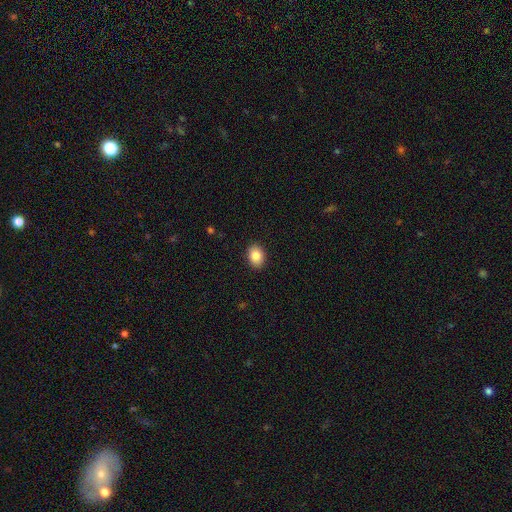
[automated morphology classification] Smooth or featured? smooth (86%)
How rounded? in between (70%)
Merging? none (90%)